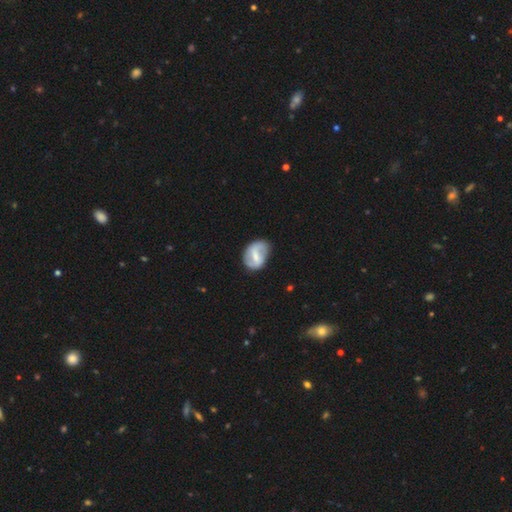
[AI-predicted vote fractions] Morphology: type=featured or disk (59%); edge-on=no (96%); bar=strong (48%); spiral arms=yes (61%); bulge=small (42%); merging=none (64%).